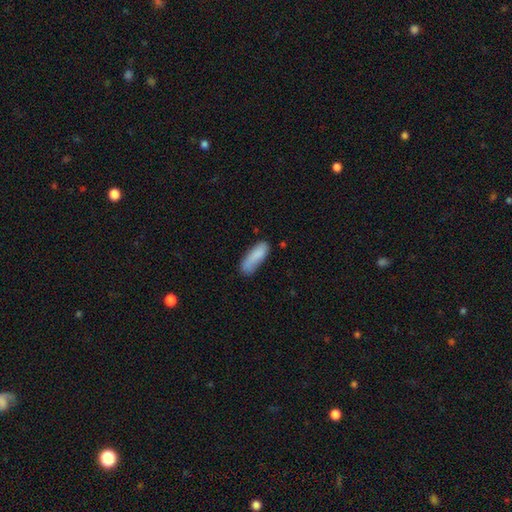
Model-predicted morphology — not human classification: This appears to be a smooth galaxy with no disk features (84%) that is in between round and cigar-shaped (55%). Merging: none (58%).